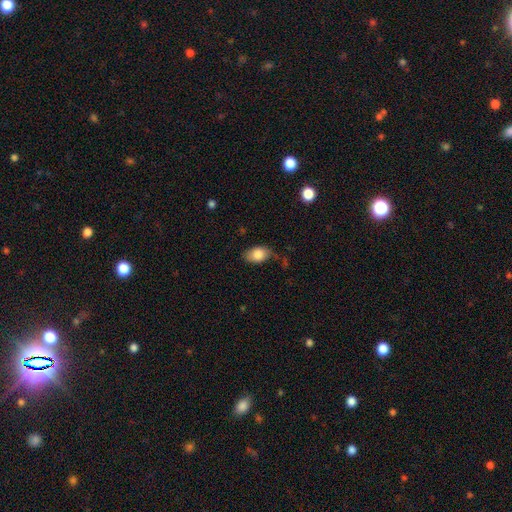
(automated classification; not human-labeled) Smooth or featured? Predicted: smooth (p=0.84). How rounded? Predicted: in between (p=0.89). Merging? Predicted: none (p=0.73).